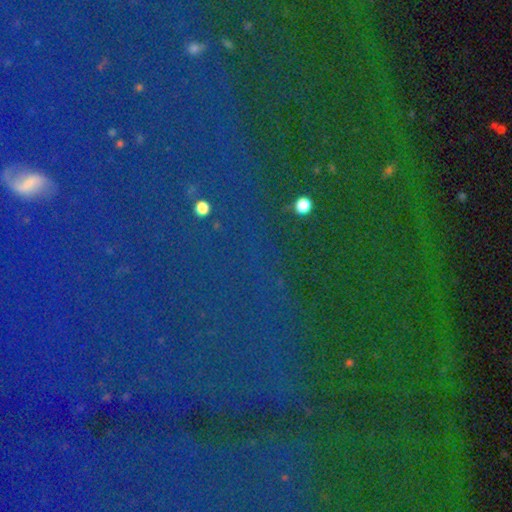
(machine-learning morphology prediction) Smooth or featured? star or artifact (84%)